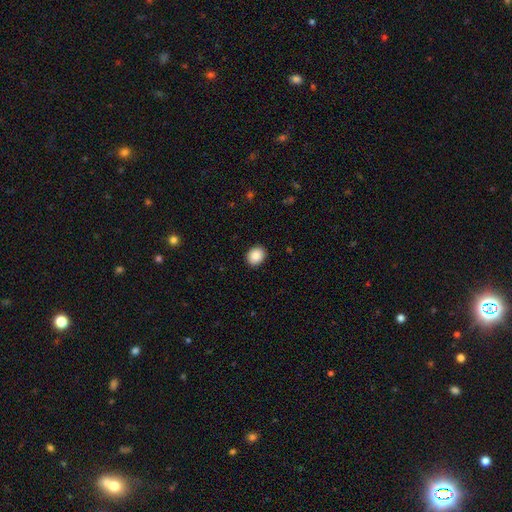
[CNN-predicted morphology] Smooth or featured? Predicted: smooth (p=0.89). How rounded? Predicted: round (p=0.63). Merging? Predicted: none (p=0.91).